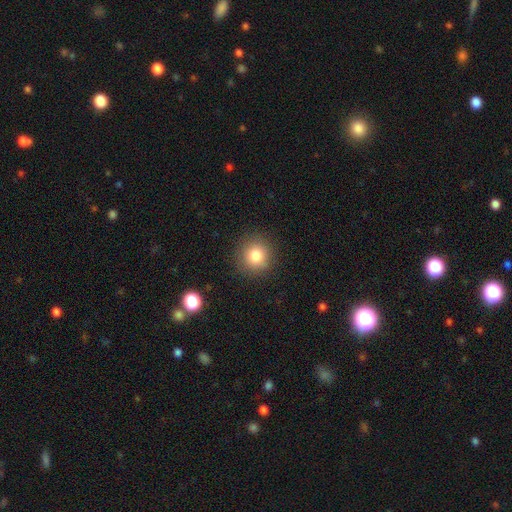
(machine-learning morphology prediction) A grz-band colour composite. It shows a smooth galaxy with no disk features (82%) that is round (91%). Merging: none (89%).